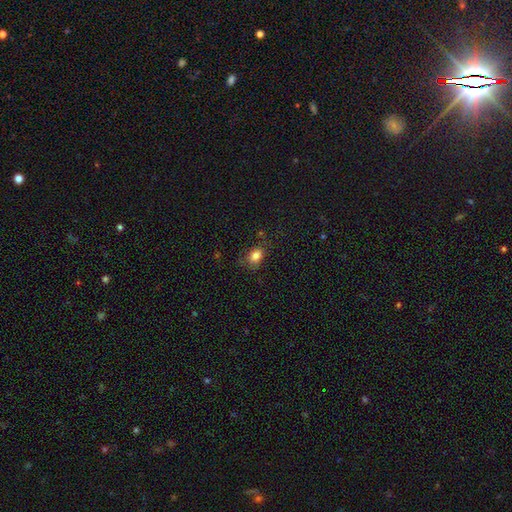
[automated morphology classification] Q: Smooth or featured?
A: smooth (82%); runner-up: star or artifact (11%)
Q: How rounded?
A: in between (72%); runner-up: round (27%)
Q: Merging?
A: none (70%); runner-up: minor disturbance (21%)